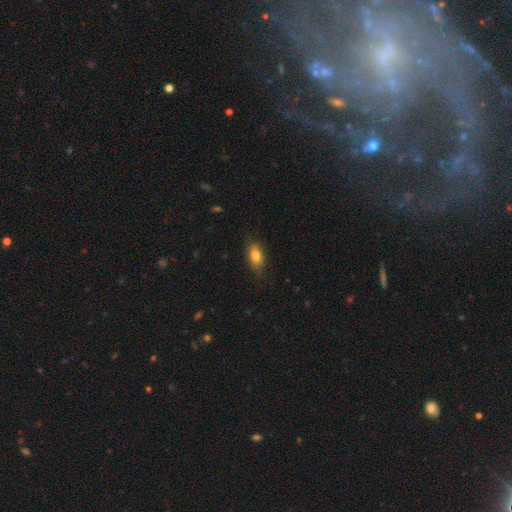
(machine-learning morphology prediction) type=smooth (80%); roundness=in between (85%); merging=none (81%).